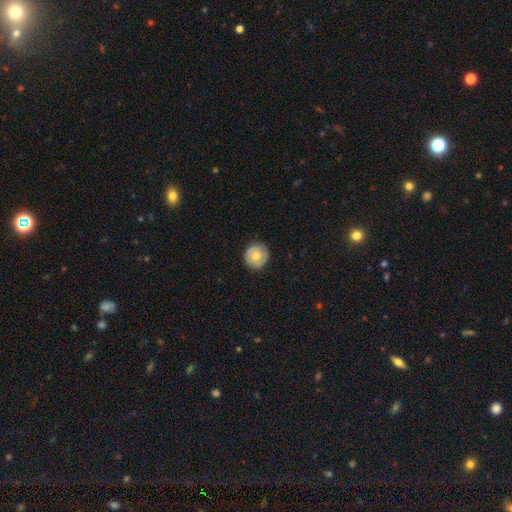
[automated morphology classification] smooth-or-featured: smooth: 55% | featured or disk: 38% | star or artifact: 7%
  how-rounded: round: 92% | in between: 7% | cigar-shaped: 1%
  merging: none: 85% | minor disturbance: 12% | major disturbance: 2% | merger: 1%